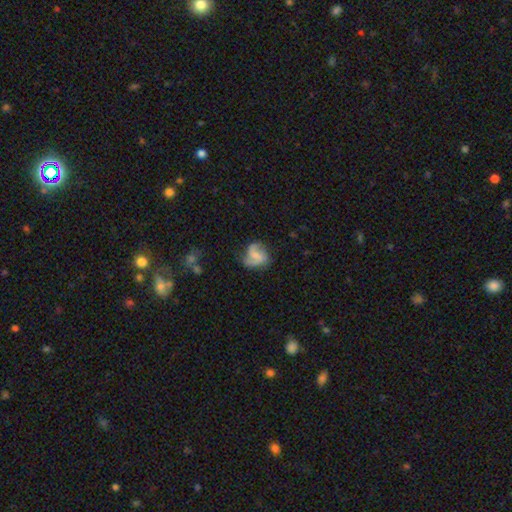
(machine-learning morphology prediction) smooth_or_featured: featured or disk (p=0.68) [alt: smooth p=0.25]
disk_edge_on: no (p=0.98) [alt: yes p=0.02]
bar: no (p=0.45) [alt: weak p=0.43]
has_spiral_arms: yes (p=0.91) [alt: no p=0.09]
spiral_winding: medium (p=0.46) [alt: loose p=0.37]
spiral_arm_count: 2 (p=0.73) [alt: 3 p=0.10]
bulge_size: small (p=0.46) [alt: moderate p=0.26]
merging: none (p=0.58) [alt: minor disturbance p=0.25]